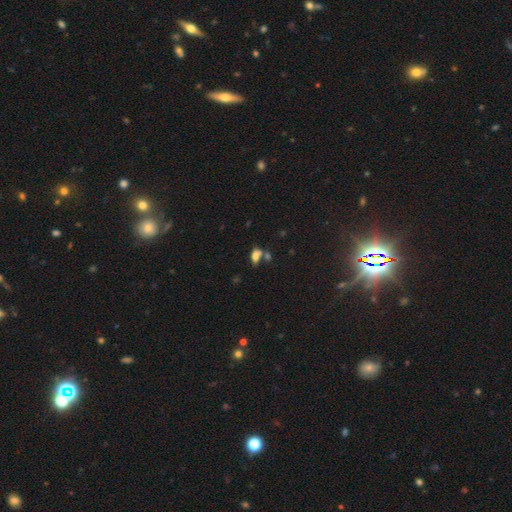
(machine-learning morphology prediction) This appears to be a smooth galaxy with no disk features (70%) that is in between round and cigar-shaped (84%). Merging: none (45%).